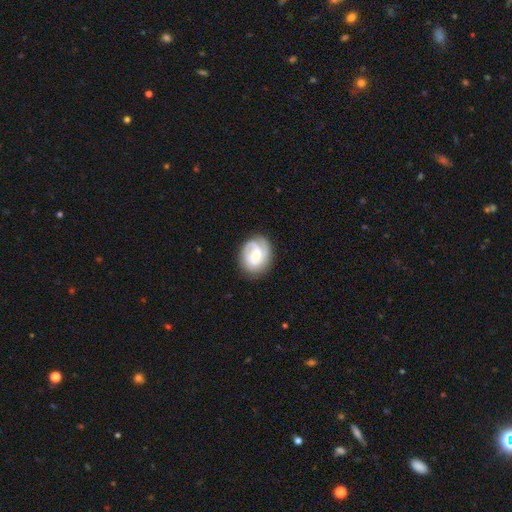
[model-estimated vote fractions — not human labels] This is likely a featured or disk galaxy (76%). It is clearly not viewed edge-on (98%). Bar: possibly no (45%, tied with weak). Spiral arm pattern: clearly yes (95%). Spiral arm count: possibly 2 (47%). Spiral winding: possibly tight (48%). Central bulge: possibly moderate (46%). Merging: likely none (77%).